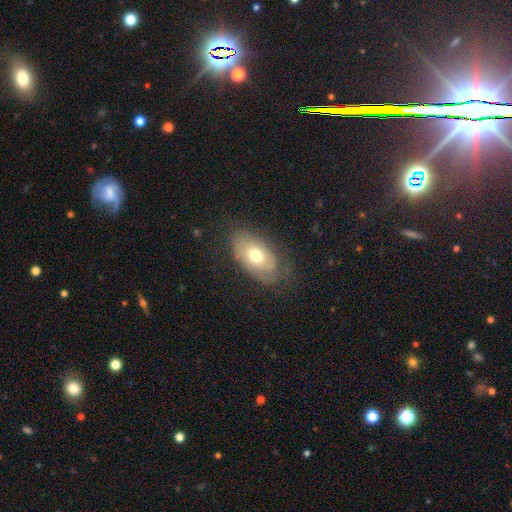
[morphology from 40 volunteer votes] smooth_or_featured: smooth (p=0.55) [alt: featured or disk p=0.42]
how_rounded: in between (p=0.95) [alt: round p=0.05]
merging: none (p=0.77) [alt: major disturbance p=0.13]